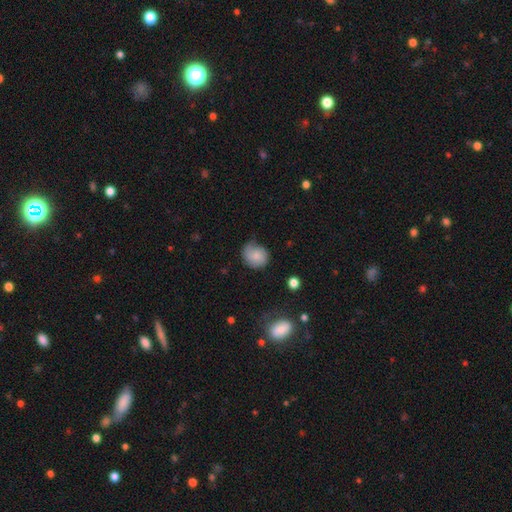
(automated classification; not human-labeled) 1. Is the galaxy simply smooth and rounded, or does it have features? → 71% smooth, 20% featured or disk, 9% star or artifact.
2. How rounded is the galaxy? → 69% round, 30% in between, 1% cigar-shaped.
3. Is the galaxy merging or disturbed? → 52% none, 35% minor disturbance, 12% major disturbance, 2% merger.